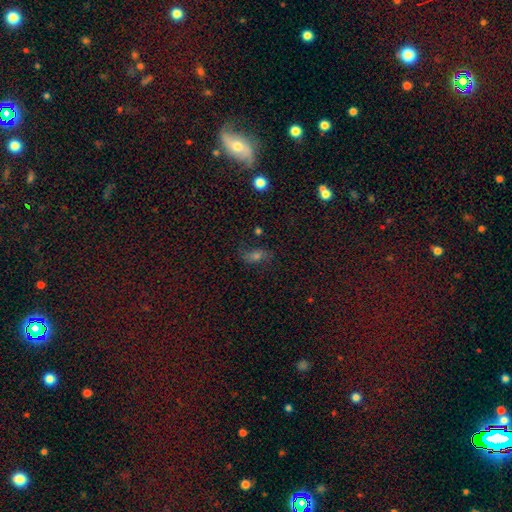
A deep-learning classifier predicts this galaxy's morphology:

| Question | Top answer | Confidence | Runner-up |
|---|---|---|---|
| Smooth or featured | smooth | 42% | star or artifact (29%) |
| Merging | none | 68% | minor disturbance (19%) |